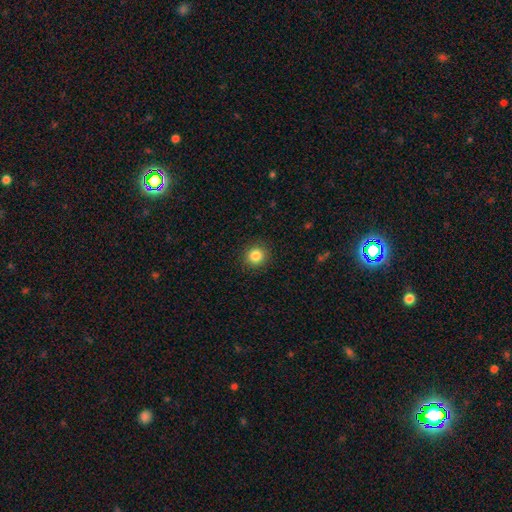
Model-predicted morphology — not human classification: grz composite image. It shows a smooth galaxy with no disk features (85%) that is round (91%). Merging: none (91%).